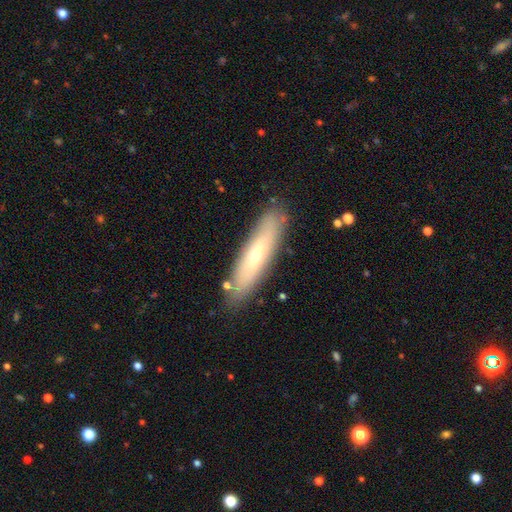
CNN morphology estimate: smooth-or-featured: smooth: 51% | featured or disk: 42% | star or artifact: 7%
  how-rounded: cigar-shaped: 78% | in between: 21% | round: 2%
  merging: none: 84% | minor disturbance: 11% | major disturbance: 2% | merger: 2%